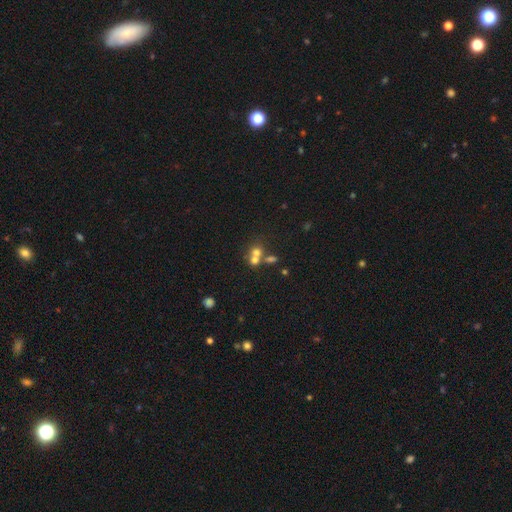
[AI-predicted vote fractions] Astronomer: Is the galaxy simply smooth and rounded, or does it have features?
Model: smooth — 62%.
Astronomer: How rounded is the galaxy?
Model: round — 77%.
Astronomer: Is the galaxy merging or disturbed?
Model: merger — 57% (runner-up: none, 33%).